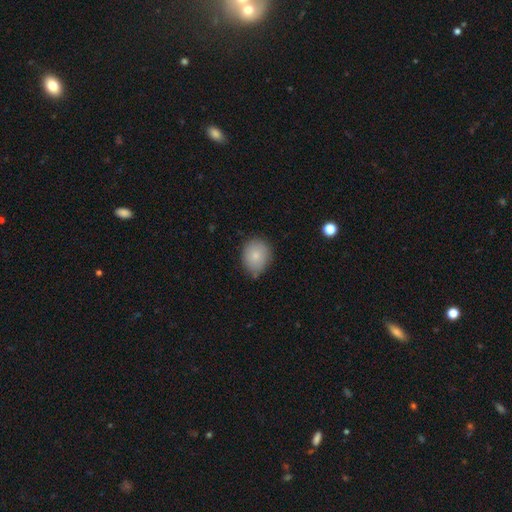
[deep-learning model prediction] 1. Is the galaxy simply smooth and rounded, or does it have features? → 82% smooth, 9% featured or disk, 8% star or artifact.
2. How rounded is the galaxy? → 66% round, 33% in between, 1% cigar-shaped.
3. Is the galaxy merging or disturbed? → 78% none, 16% minor disturbance, 3% major disturbance, 3% merger.